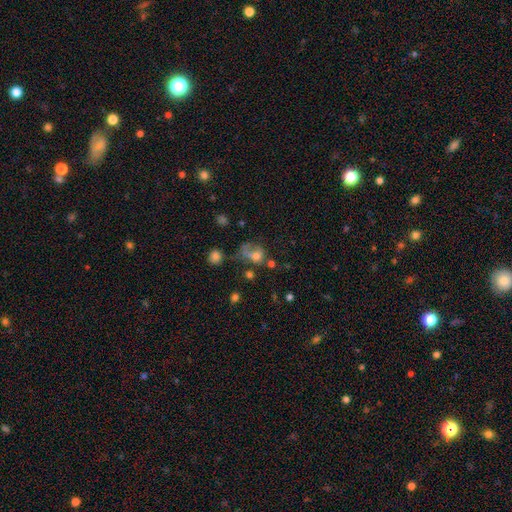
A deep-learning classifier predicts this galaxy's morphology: A smooth galaxy with no disk features (58%) that is round (56%).

Vote fractions:
- Smooth or featured? smooth: 58% / featured or disk: 24% / star or artifact: 18%
- How rounded? round: 56% / in between: 43% / cigar-shaped: 1%
- Merging? major disturbance: 33% / none: 28% / merger: 20% / minor disturbance: 19%